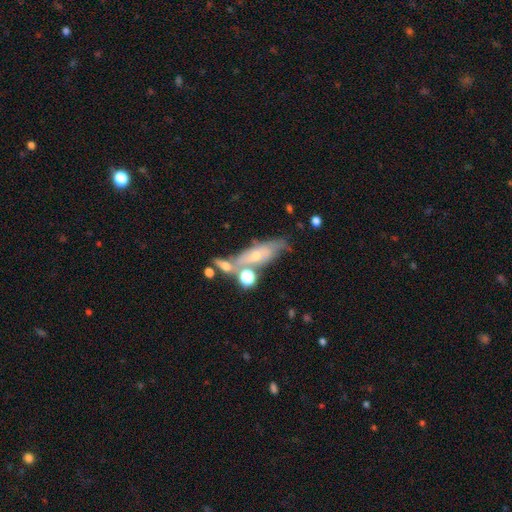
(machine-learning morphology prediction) This appears to be a featured or disk galaxy (55%). Merging: none (43%).